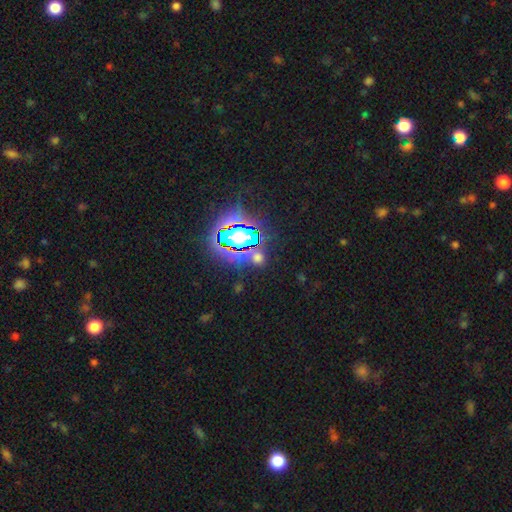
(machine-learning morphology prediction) Smooth or featured: star or artifact — 68% (smooth — 20%)